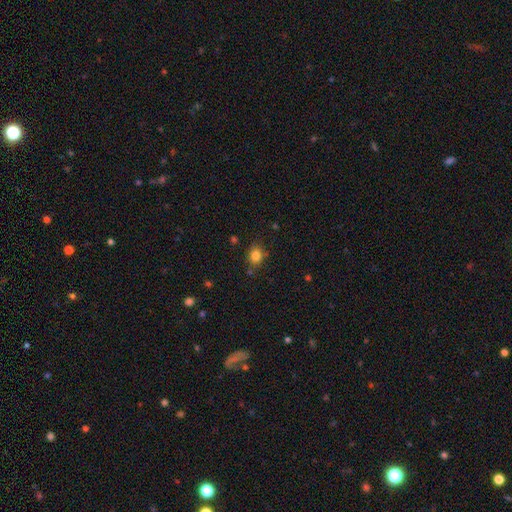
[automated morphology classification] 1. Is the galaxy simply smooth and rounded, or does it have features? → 81% smooth, 12% star or artifact, 7% featured or disk.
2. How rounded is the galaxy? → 57% round, 42% in between, 1% cigar-shaped.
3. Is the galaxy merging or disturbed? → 78% none, 14% minor disturbance, 4% merger, 3% major disturbance.